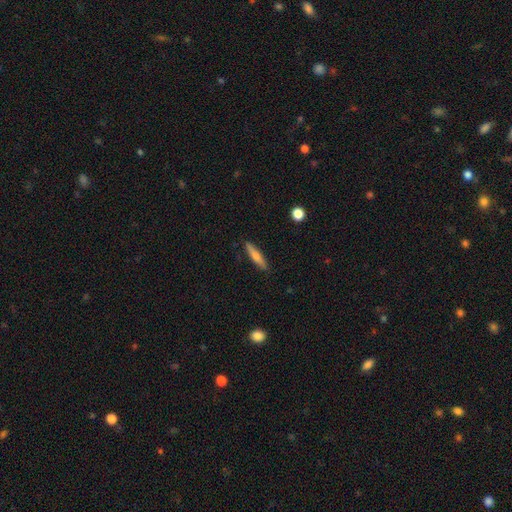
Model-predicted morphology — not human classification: Overall: smooth (57%; featured or disk 36%). How rounded: cigar-shaped (87%). Merging: none (89%).